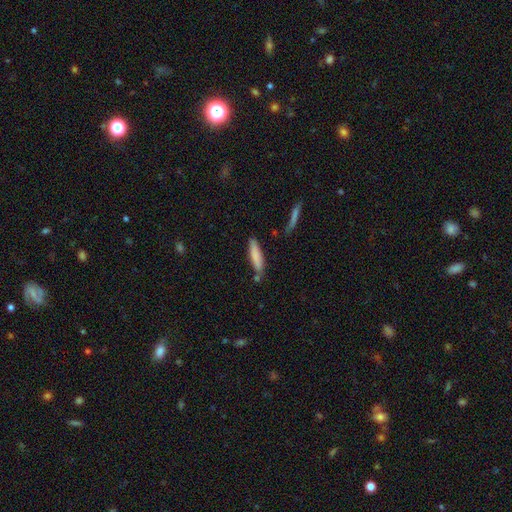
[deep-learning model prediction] This is clearly a smooth galaxy (81%). How rounded: likely cigar-shaped (79%). Merging: likely none (74%).